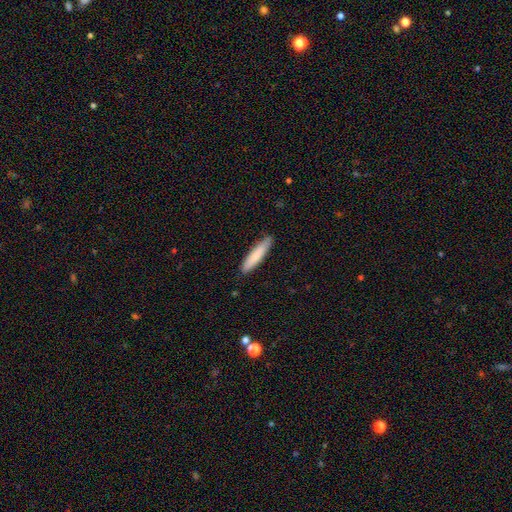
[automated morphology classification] This appears to be a smooth galaxy with no disk features (79%) that is cigar-shaped (85%). Merging: none (85%).